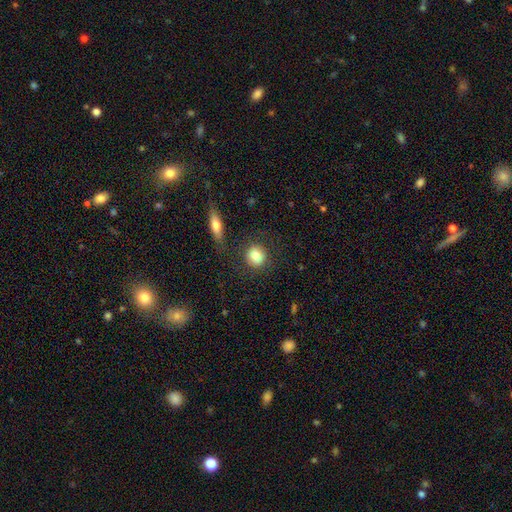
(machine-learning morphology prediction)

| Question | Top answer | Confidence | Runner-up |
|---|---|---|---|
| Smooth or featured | smooth | 83% | featured or disk (9%) |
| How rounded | round | 85% | in between (14%) |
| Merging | none | 83% | minor disturbance (9%) |